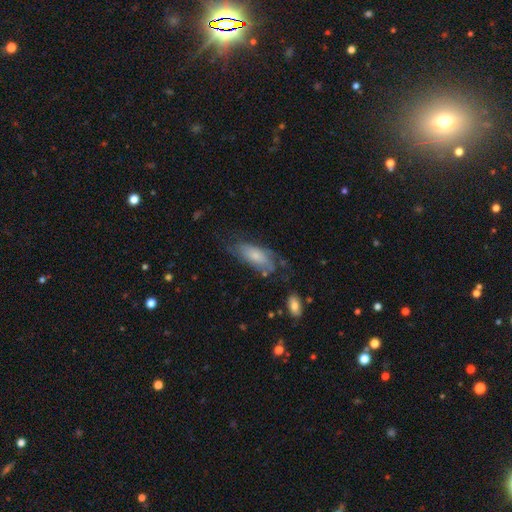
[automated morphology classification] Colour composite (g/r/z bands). It shows a smooth galaxy with no disk features (56%) that is in between round and cigar-shaped (80%). Merging: none (48%).